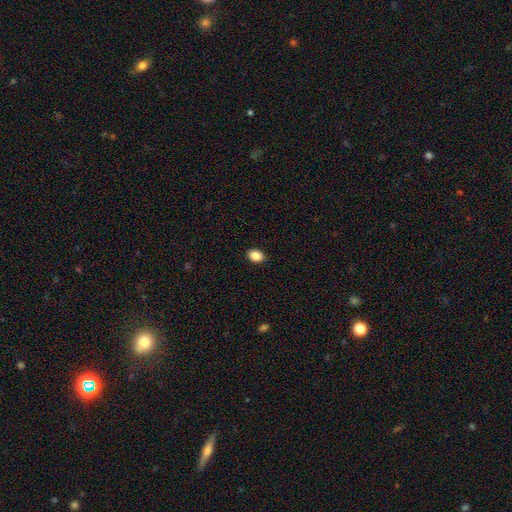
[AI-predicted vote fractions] smooth 88%, star or artifact 9%, featured or disk 3%. Down the decision tree: how rounded — in between (72%); merging — none (90%).